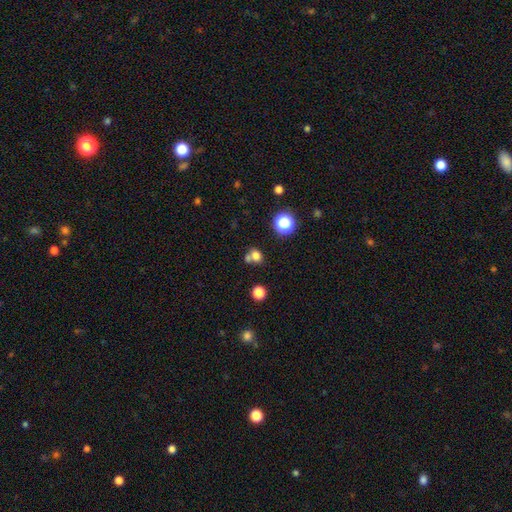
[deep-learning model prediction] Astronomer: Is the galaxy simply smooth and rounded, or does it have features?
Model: smooth — 75%.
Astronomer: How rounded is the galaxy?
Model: round — 61% (runner-up: in between, 38%).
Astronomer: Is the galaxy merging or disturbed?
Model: none — 49% (runner-up: merger, 37%).